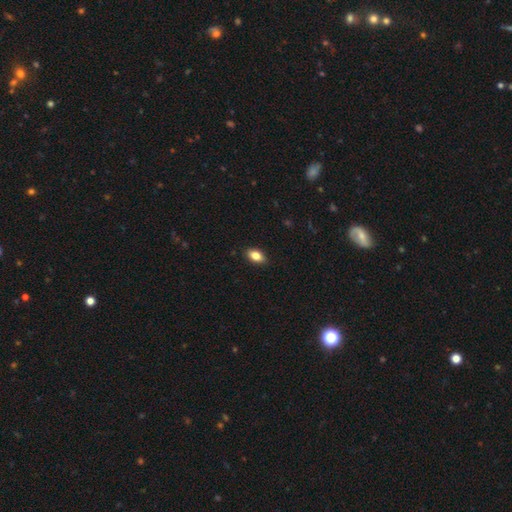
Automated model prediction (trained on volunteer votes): Smooth or featured? Predicted: smooth (p=0.83). How rounded? Predicted: in between (p=0.89). Merging? Predicted: none (p=0.89).